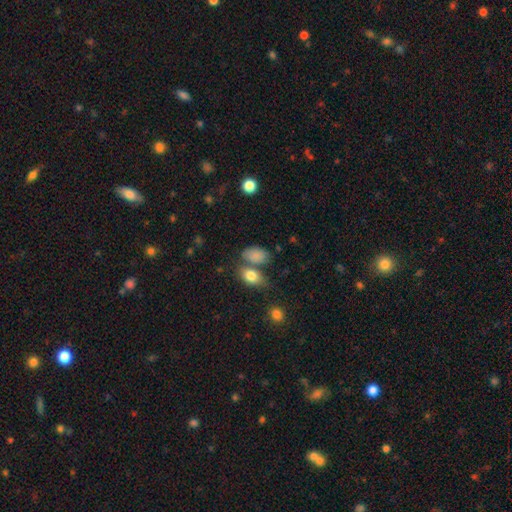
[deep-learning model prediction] A smooth galaxy with no disk features (84%) that is in between round and cigar-shaped (88%).

Vote fractions:
- Smooth or featured? smooth: 84% / star or artifact: 9% / featured or disk: 7%
- How rounded? in between: 88% / round: 10% / cigar-shaped: 2%
- Merging? none: 53% / merger: 23% / minor disturbance: 18% / major disturbance: 6%